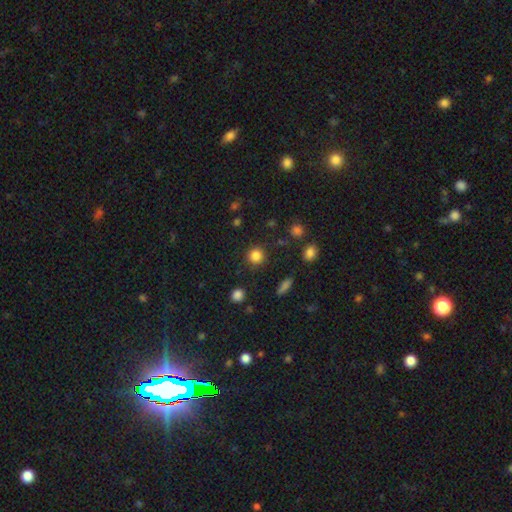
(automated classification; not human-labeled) Smooth or featured: smooth — 84% (star or artifact — 12%)
How rounded: round — 92% (in between — 7%)
Merging: none — 88% (minor disturbance — 7%)